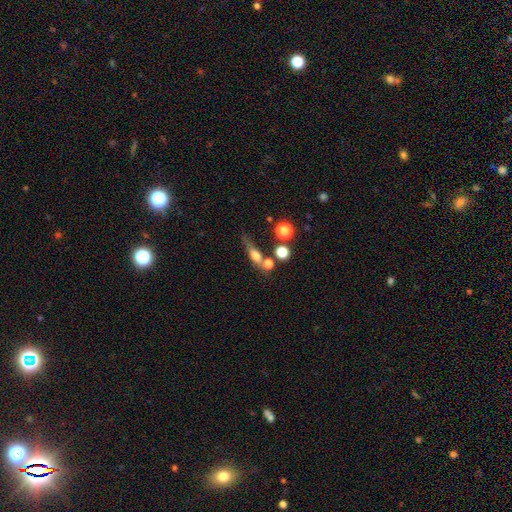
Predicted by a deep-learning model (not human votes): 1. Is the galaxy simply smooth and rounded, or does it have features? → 60% smooth, 27% featured or disk, 13% star or artifact.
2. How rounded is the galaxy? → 40% in between, 38% cigar-shaped, 22% round.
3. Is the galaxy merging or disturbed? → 47% none, 23% merger, 18% minor disturbance, 12% major disturbance.